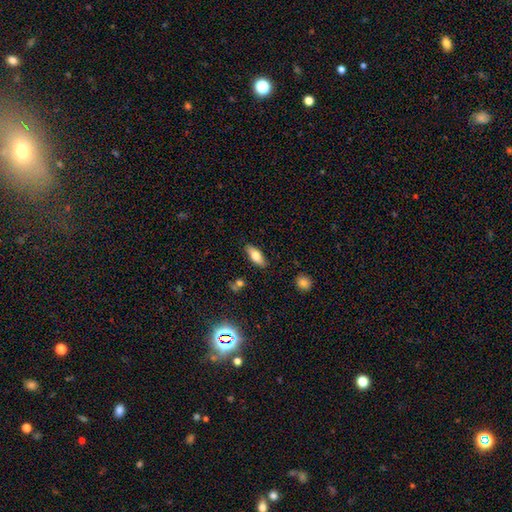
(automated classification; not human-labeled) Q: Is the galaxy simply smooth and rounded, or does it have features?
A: smooth — 70%.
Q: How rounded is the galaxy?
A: in between — 74%.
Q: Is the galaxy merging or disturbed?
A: none — 86%.